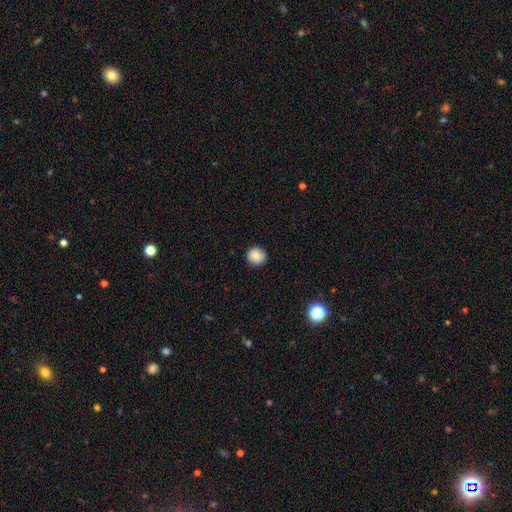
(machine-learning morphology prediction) smooth-or-featured: smooth: 87% | star or artifact: 9% | featured or disk: 4%
  how-rounded: round: 92% | in between: 7% | cigar-shaped: 1%
  merging: none: 91% | minor disturbance: 7% | major disturbance: 2% | merger: 1%